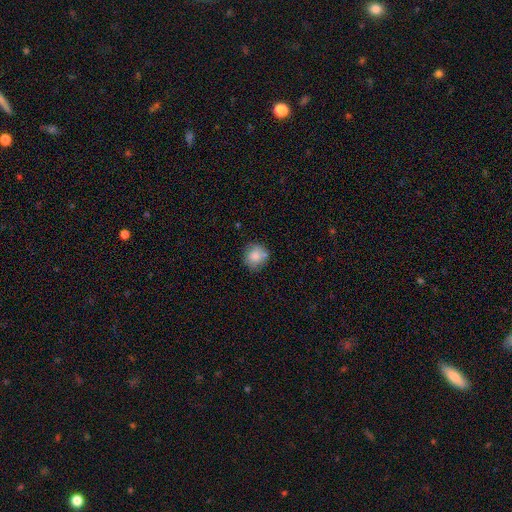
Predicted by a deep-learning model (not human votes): Smooth or featured? Predicted: smooth (p=0.81). How rounded? Predicted: round (p=0.88). Merging? Predicted: none (p=0.70).